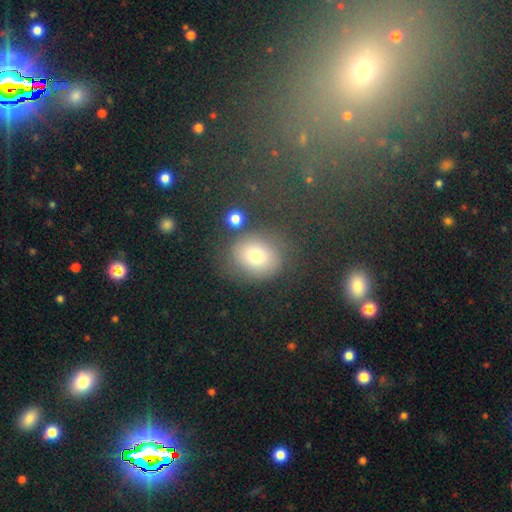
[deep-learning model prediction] Smooth or featured?
  - smooth: 73% *
  - star or artifact: 14%
  - featured or disk: 13%
How rounded?
  - round: 62% *
  - in between: 37%
  - cigar-shaped: 1%
Merging?
  - none: 75% *
  - minor disturbance: 14%
  - major disturbance: 6%
  - merger: 6%